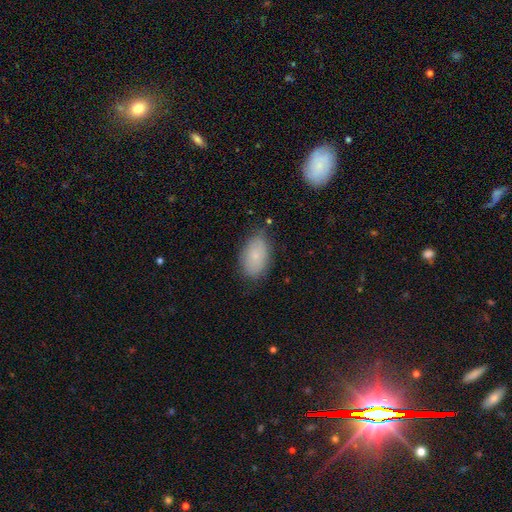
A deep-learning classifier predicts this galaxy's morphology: smooth-or-featured: smooth: 77% | featured or disk: 15% | star or artifact: 8%
  how-rounded: in between: 92% | round: 6% | cigar-shaped: 2%
  merging: none: 74% | minor disturbance: 20% | major disturbance: 4% | merger: 2%